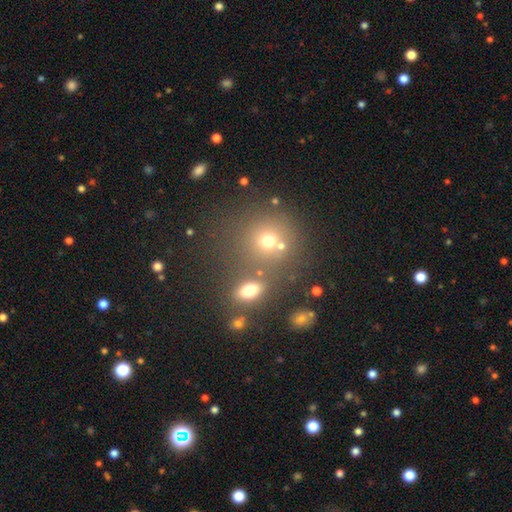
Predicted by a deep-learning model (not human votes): Q: Smooth or featured?
A: smooth (49%); runner-up: star or artifact (40%)
Q: Merging?
A: none (60%); runner-up: merger (27%)